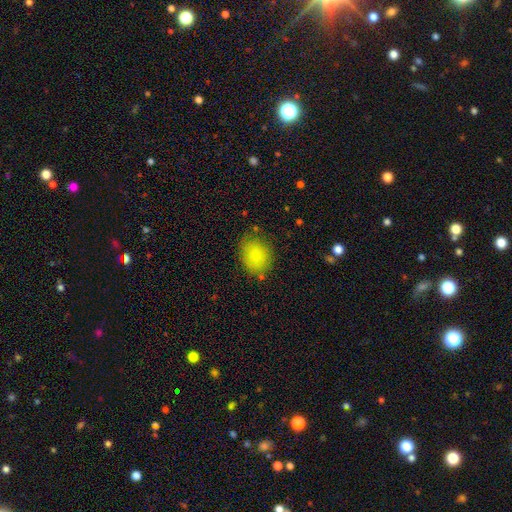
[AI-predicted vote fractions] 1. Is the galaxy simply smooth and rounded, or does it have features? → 80% smooth, 10% featured or disk, 9% star or artifact.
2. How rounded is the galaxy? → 51% round, 48% in between, 1% cigar-shaped.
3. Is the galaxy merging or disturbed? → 73% none, 19% minor disturbance, 5% major disturbance, 3% merger.